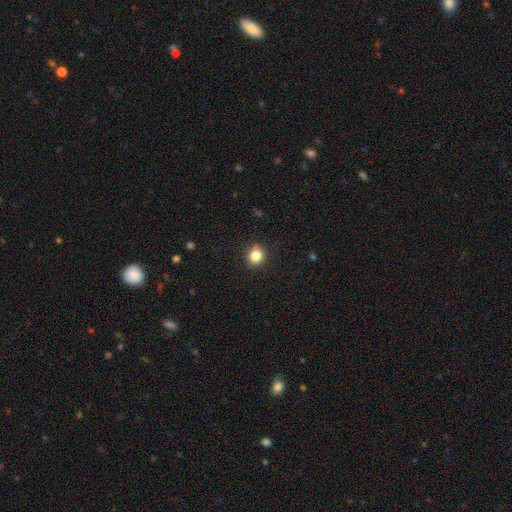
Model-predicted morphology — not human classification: smooth_or_featured: smooth (p=0.84) [alt: star or artifact p=0.11]
how_rounded: round (p=0.82) [alt: in between p=0.18]
merging: none (p=0.88) [alt: minor disturbance p=0.09]